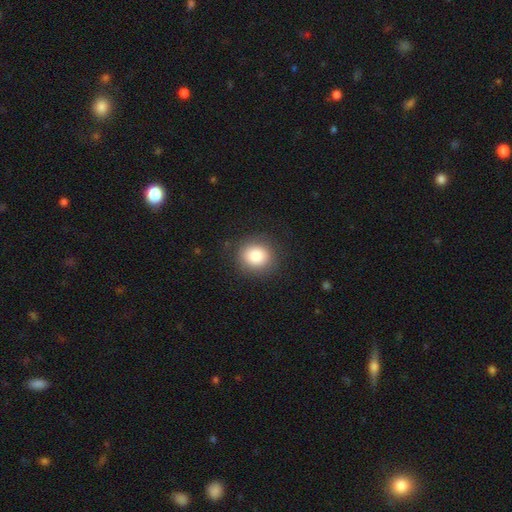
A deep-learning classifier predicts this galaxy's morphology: smooth-or-featured: smooth: 84% | star or artifact: 9% | featured or disk: 7%
  how-rounded: round: 82% | in between: 17% | cigar-shaped: 1%
  merging: none: 87% | minor disturbance: 9% | major disturbance: 3% | merger: 1%